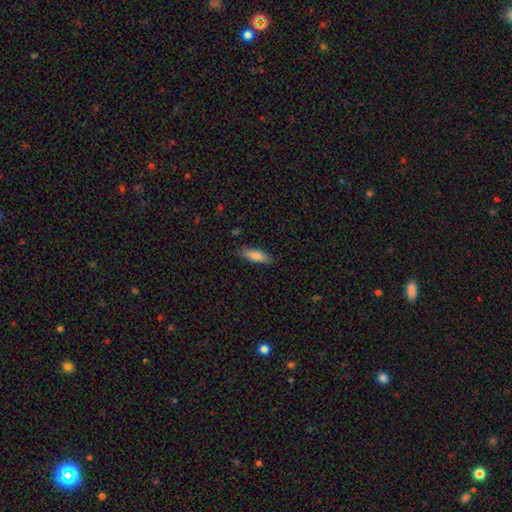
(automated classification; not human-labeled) Morphology: type=smooth (81%); roundness=in between (54%); merging=none (84%).